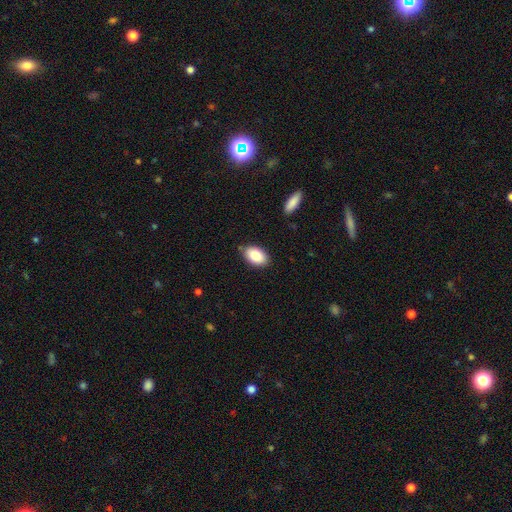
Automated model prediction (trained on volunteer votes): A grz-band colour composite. It shows a smooth galaxy with no disk features (85%) that is in between round and cigar-shaped (92%). Merging: none (85%).